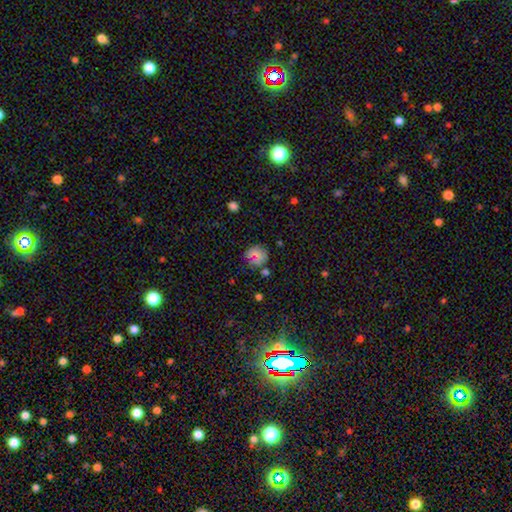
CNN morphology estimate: smooth_or_featured: smooth (p=0.75) [alt: star or artifact p=0.15]
how_rounded: round (p=0.85) [alt: in between p=0.14]
merging: none (p=0.75) [alt: minor disturbance p=0.17]